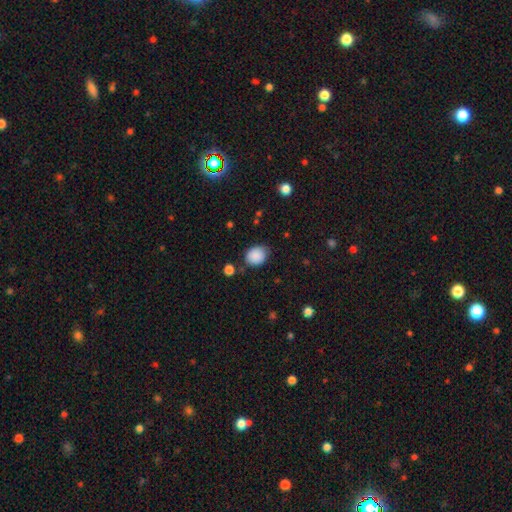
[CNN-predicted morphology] A smooth galaxy with no disk features (88%) that is round (55%). Merging: none (72%).